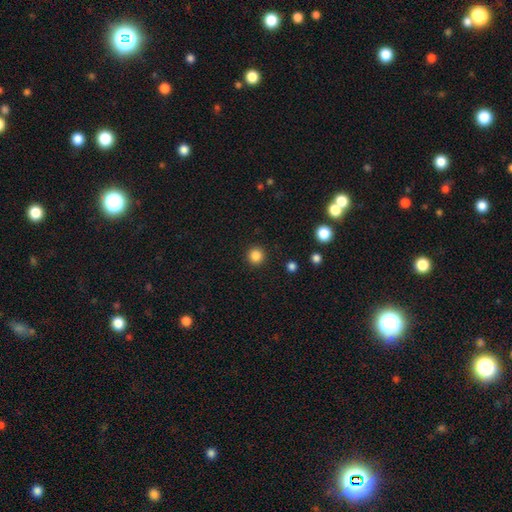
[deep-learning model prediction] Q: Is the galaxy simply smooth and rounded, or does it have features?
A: smooth — 85%.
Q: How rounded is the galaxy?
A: round — 95%.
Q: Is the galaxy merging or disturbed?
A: none — 93%.